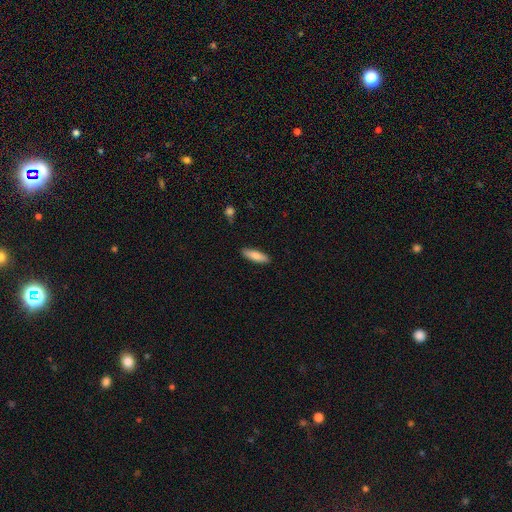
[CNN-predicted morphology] smooth 82%, featured or disk 12%, star or artifact 6%. Down the decision tree: how rounded — cigar-shaped (55%); merging — none (88%).